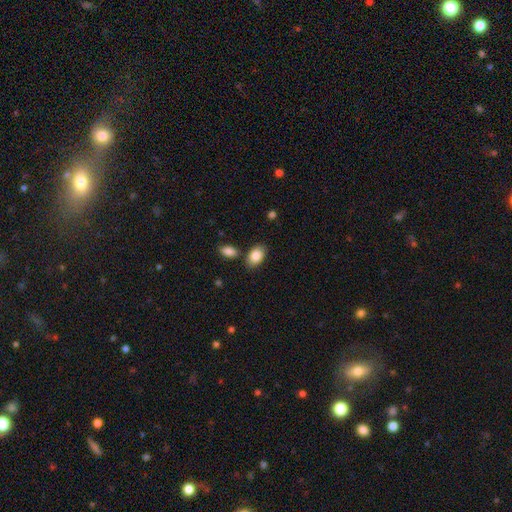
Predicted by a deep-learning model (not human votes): Overall: smooth (87%). How rounded: in between (90%). Merging: none (76%).